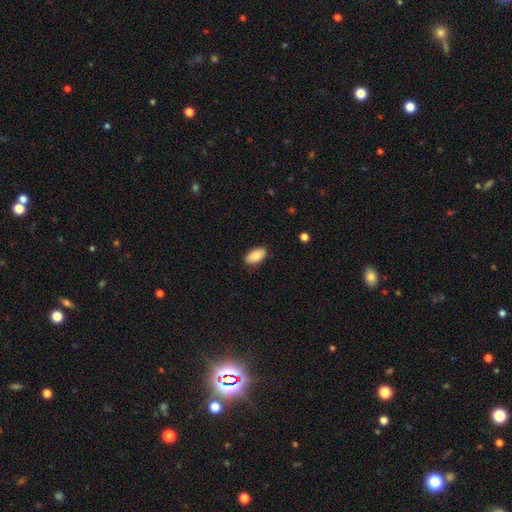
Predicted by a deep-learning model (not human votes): Smooth or featured? smooth (87%)
How rounded? in between (95%)
Merging? none (87%)